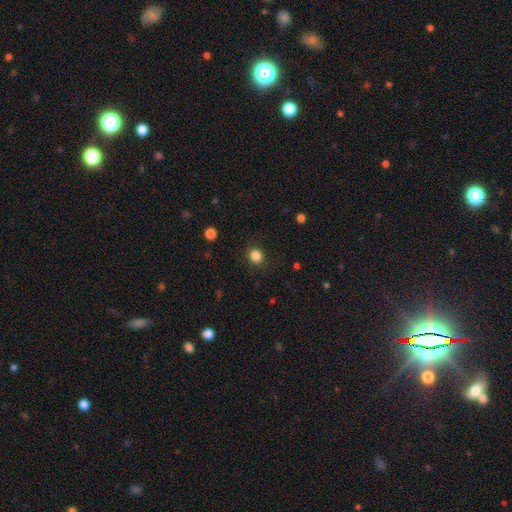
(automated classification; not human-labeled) Smooth or featured? Predicted: smooth (p=0.85). How rounded? Predicted: round (p=0.83). Merging? Predicted: none (p=0.90).